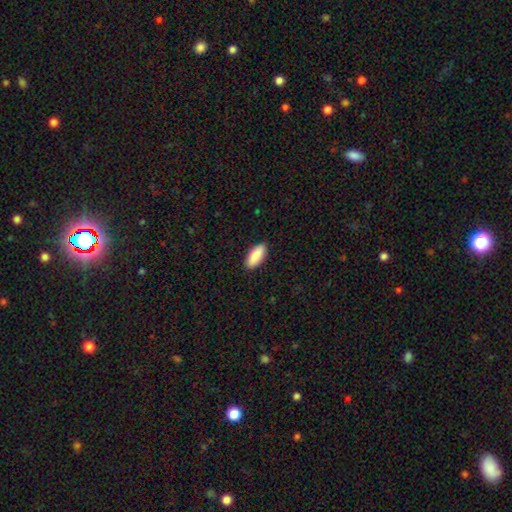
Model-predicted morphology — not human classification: Smooth or featured: smooth — 88% (featured or disk — 6%)
How rounded: in between — 81% (cigar-shaped — 17%)
Merging: none — 90% (minor disturbance — 7%)